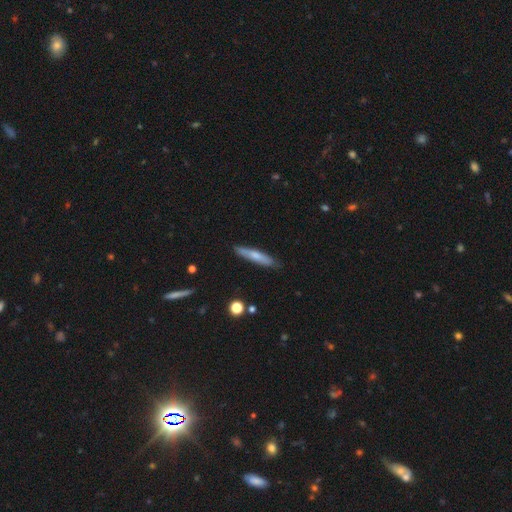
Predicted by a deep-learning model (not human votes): Morphology: type=smooth (63%); roundness=cigar-shaped (90%); merging=none (84%).